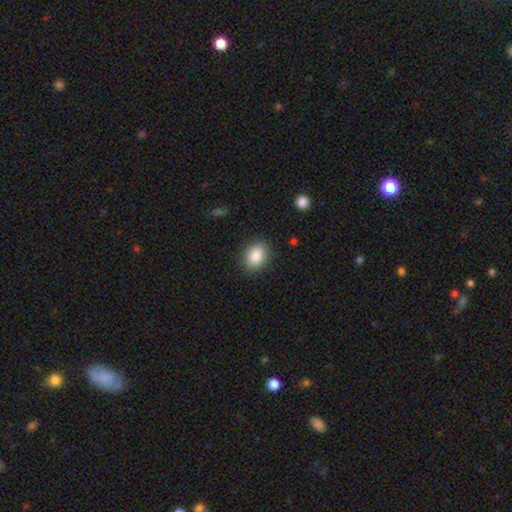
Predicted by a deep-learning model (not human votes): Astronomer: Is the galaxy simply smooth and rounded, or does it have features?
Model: smooth — 87%.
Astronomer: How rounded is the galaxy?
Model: in between — 69%.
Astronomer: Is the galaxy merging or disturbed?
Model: none — 87%.